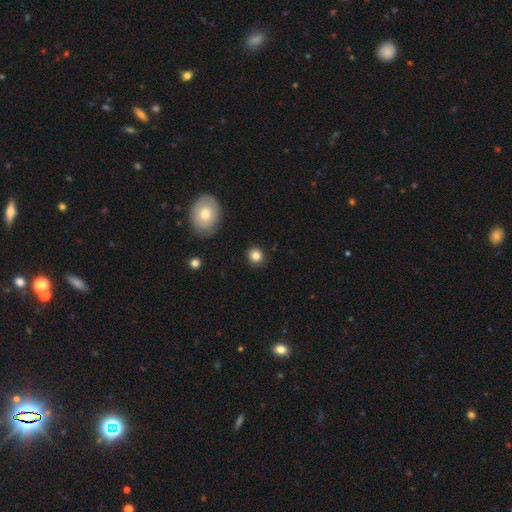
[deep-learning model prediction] Smooth or featured? Predicted: smooth (p=0.84). How rounded? Predicted: round (p=0.84). Merging? Predicted: none (p=0.89).